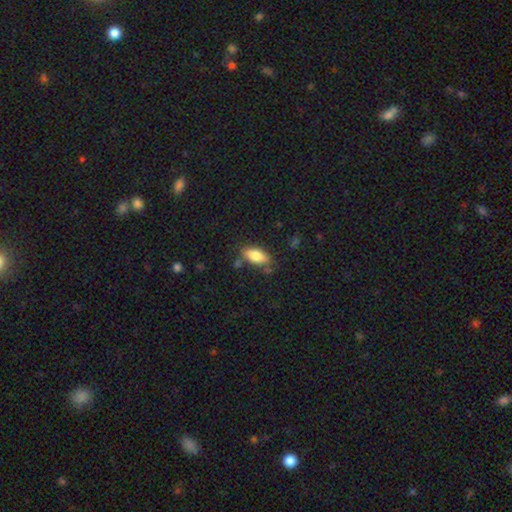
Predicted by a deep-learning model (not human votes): Overall: smooth (80%). How rounded: in between (85%). Merging: none (75%).